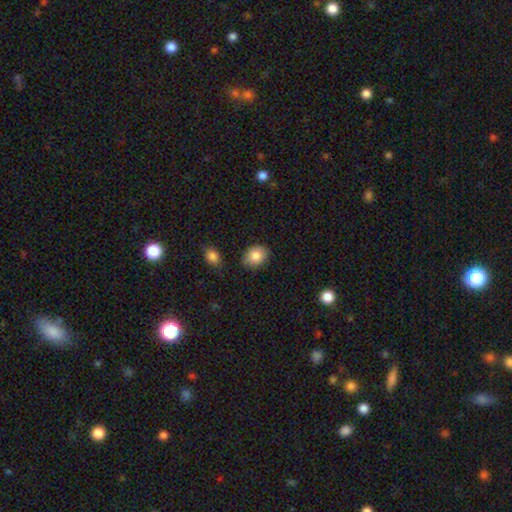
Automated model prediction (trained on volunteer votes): Smooth or featured? smooth (84%)
How rounded? in between (56%)
Merging? none (83%)